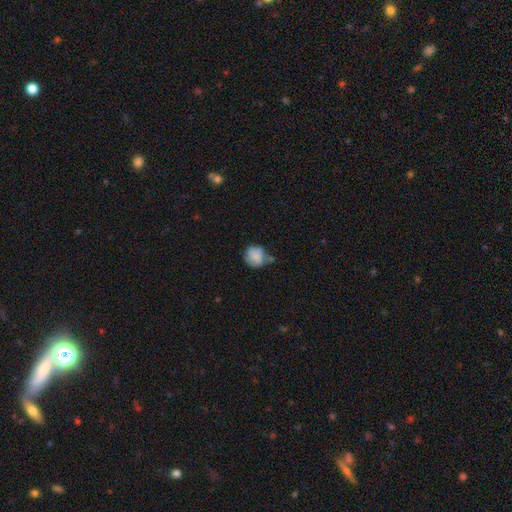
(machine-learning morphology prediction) type=smooth (75%); roundness=round (81%); merging=none (48%).